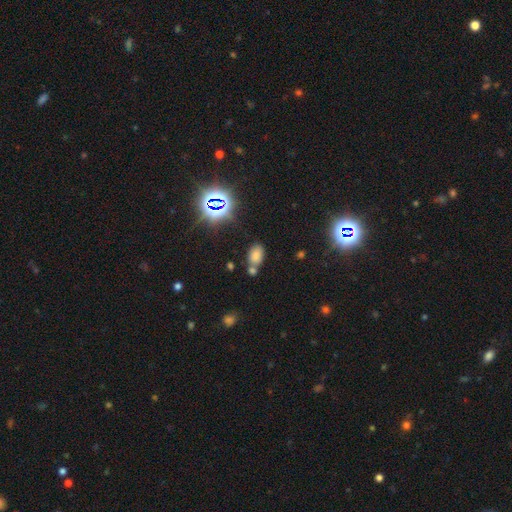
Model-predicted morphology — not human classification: Smooth or featured? smooth (70%)
How rounded? in between (86%)
Merging? none (54%)